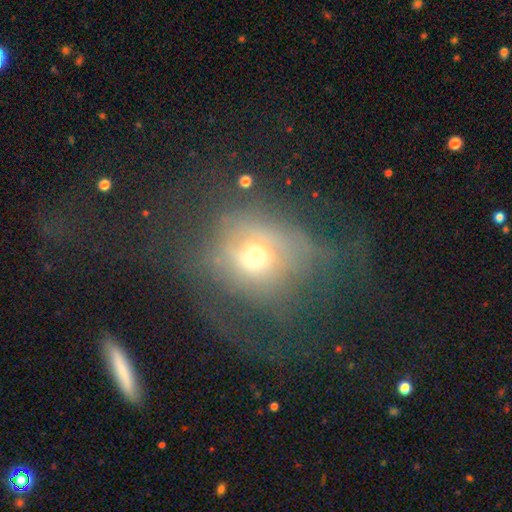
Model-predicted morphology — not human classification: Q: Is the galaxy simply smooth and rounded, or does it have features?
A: smooth — 48%.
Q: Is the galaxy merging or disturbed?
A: major disturbance — 39%.